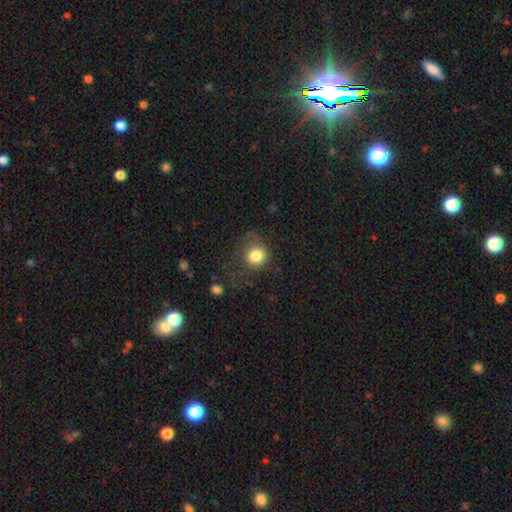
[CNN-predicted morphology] type=smooth (82%); roundness=round (87%); merging=none (61%).